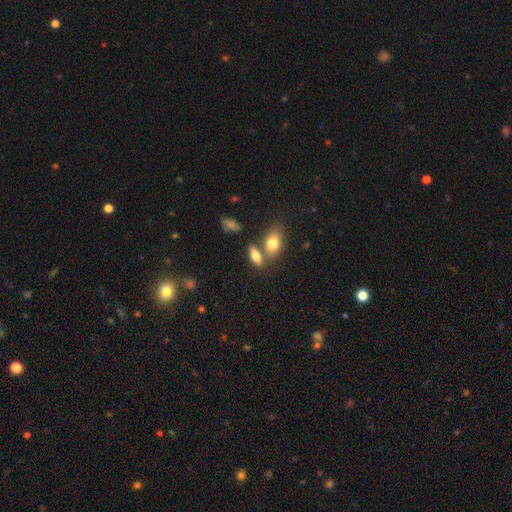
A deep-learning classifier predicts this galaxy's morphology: Smooth or featured?
  - smooth: 74% *
  - featured or disk: 18%
  - star or artifact: 8%
How rounded?
  - in between: 79% *
  - cigar-shaped: 14%
  - round: 7%
Merging?
  - none: 55% *
  - merger: 30%
  - minor disturbance: 11%
  - major disturbance: 4%